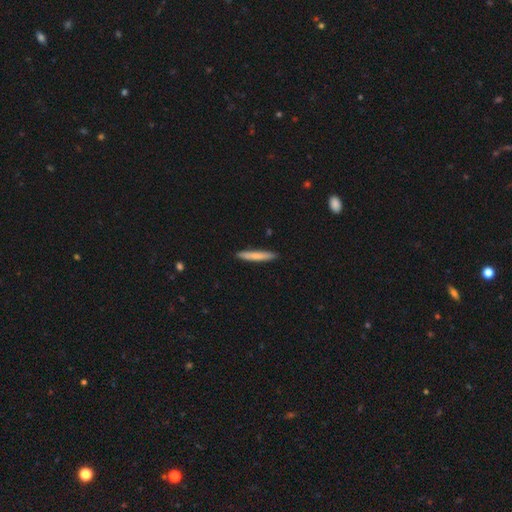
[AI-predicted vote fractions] Overall: smooth (76%). How rounded: cigar-shaped (94%). Merging: none (91%).